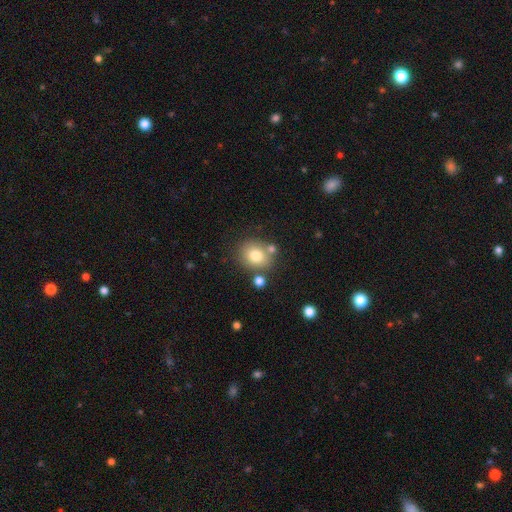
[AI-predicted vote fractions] Smooth or featured? smooth (77%)
How rounded? round (70%)
Merging? none (70%)